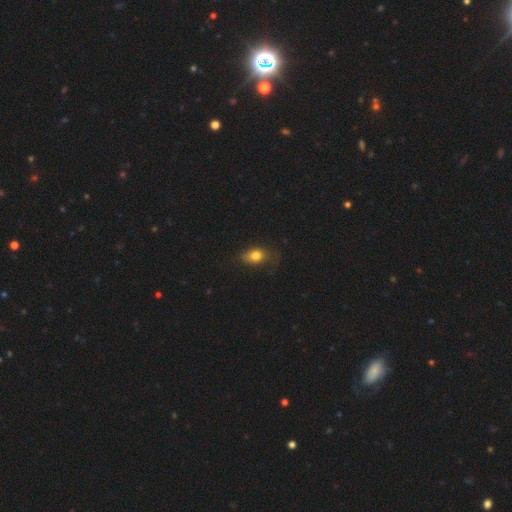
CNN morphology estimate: smooth 76%, featured or disk 13%, star or artifact 10%. Down the decision tree: how rounded — in between (73%); merging — none (57%).